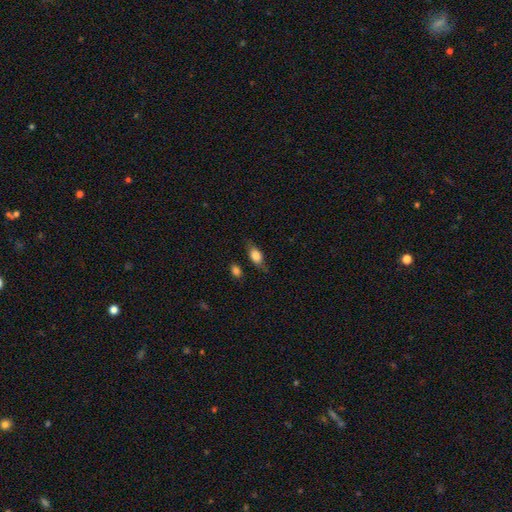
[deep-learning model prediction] This appears to be a smooth galaxy with no disk features (73%) that is in between round and cigar-shaped (79%). Merging: none (67%).